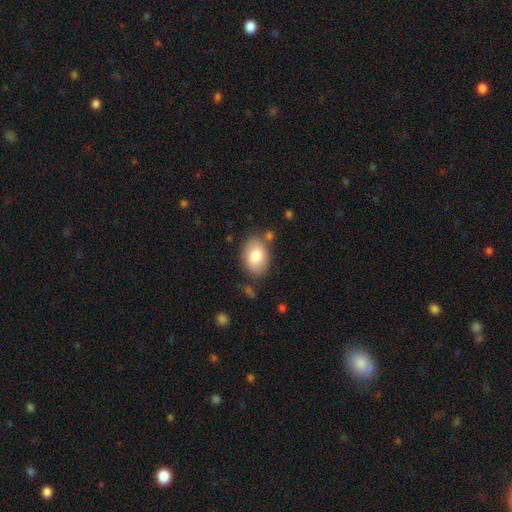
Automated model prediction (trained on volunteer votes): This appears to be a smooth galaxy with no disk features (80%) that is in between round and cigar-shaped (84%). Merging: none (78%).